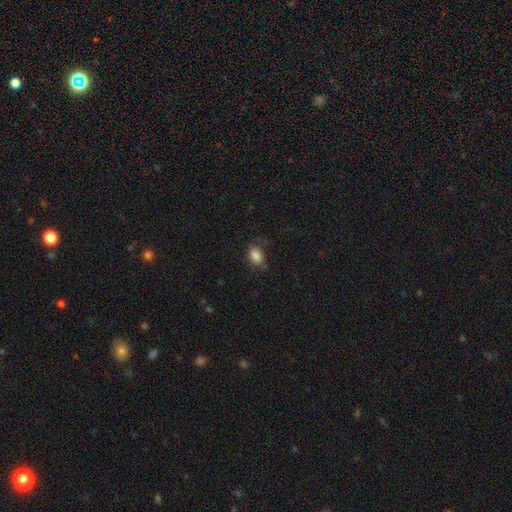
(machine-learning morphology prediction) A smooth galaxy with no disk features (84%) that is in between round and cigar-shaped (75%). Merging: none (71%).